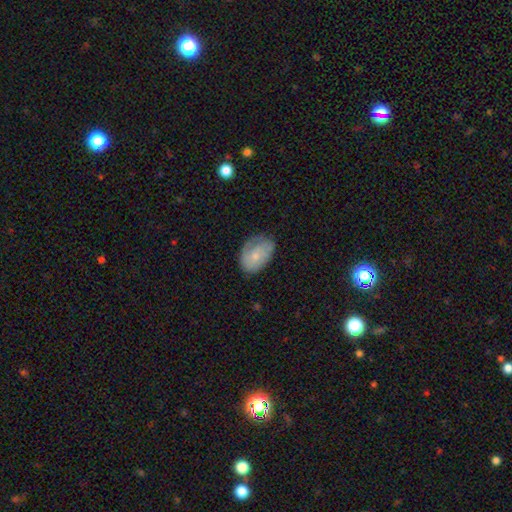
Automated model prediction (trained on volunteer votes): Morphology: type=smooth (54%); roundness=in between (83%); merging=none (60%).